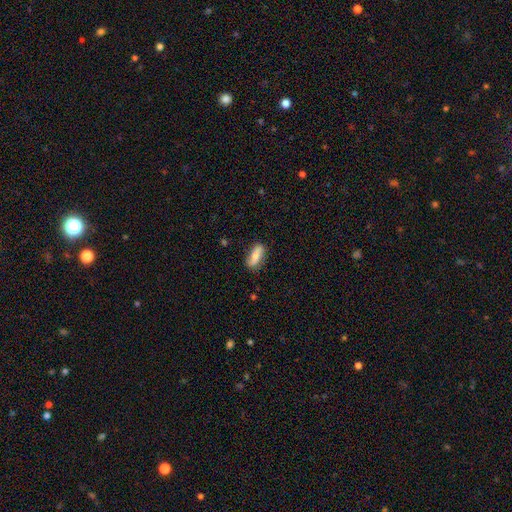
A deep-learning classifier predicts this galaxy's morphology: smooth-or-featured: smooth: 70% | featured or disk: 23% | star or artifact: 7%
  how-rounded: in between: 73% | cigar-shaped: 23% | round: 3%
  merging: none: 76% | minor disturbance: 18% | major disturbance: 4% | merger: 2%